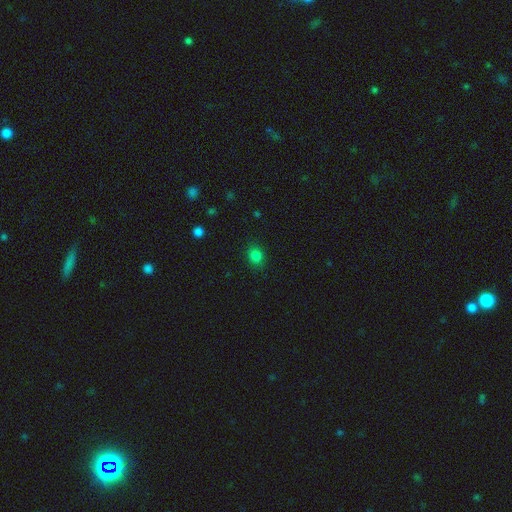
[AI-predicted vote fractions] Morphology: type=smooth (81%); roundness=round (57%); merging=none (87%).